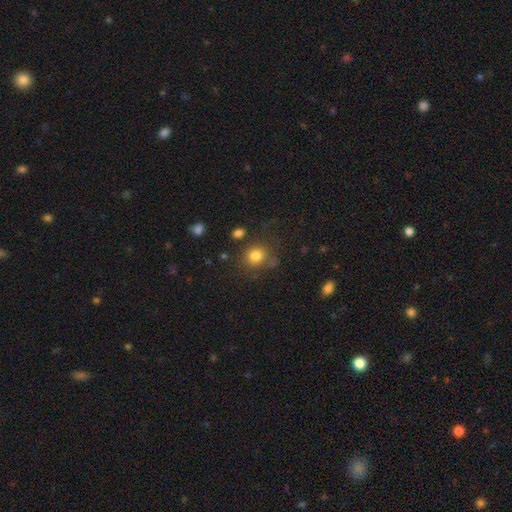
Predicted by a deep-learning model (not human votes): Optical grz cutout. It shows a smooth galaxy with no disk features (80%) that is round (75%). Merging: none (71%).